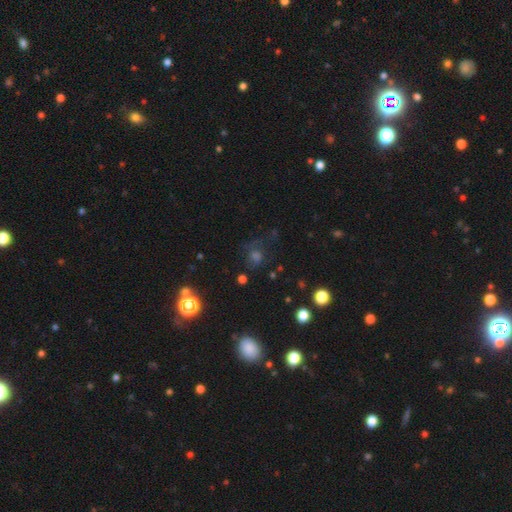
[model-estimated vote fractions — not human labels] A smooth galaxy with no disk features (45%). Merging: none (61%).